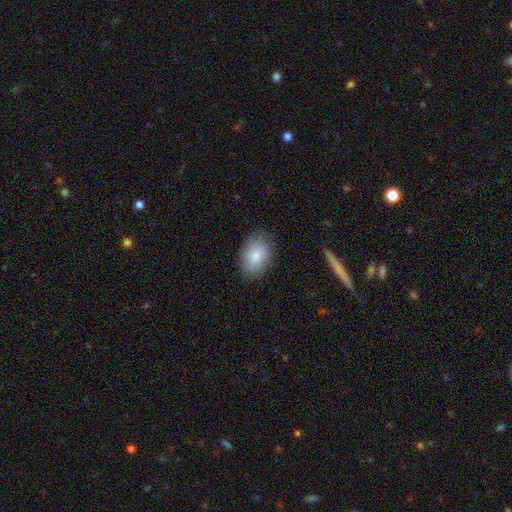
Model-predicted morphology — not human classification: smooth 81%, featured or disk 12%, star or artifact 6%. Down the decision tree: how rounded — in between (83%); merging — none (79%).